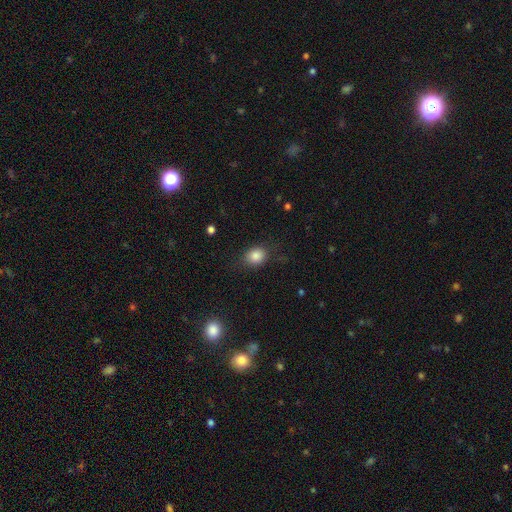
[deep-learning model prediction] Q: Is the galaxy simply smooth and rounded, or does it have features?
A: smooth — 84%.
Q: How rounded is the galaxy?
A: round — 55%.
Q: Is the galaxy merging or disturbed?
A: none — 77%.